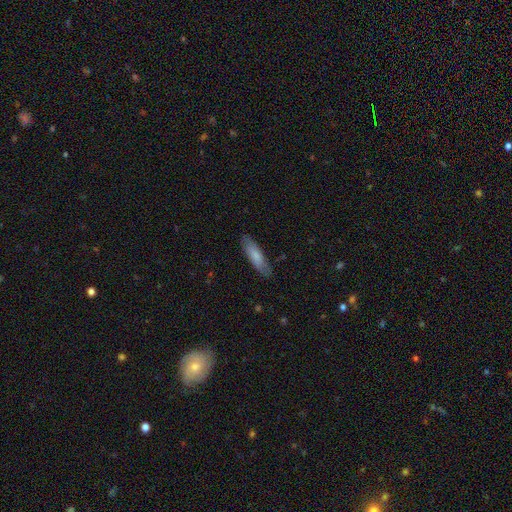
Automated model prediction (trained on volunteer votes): Q: Smooth or featured?
A: smooth (77%); runner-up: featured or disk (18%)
Q: How rounded?
A: cigar-shaped (61%); runner-up: in between (38%)
Q: Merging?
A: none (83%); runner-up: minor disturbance (14%)